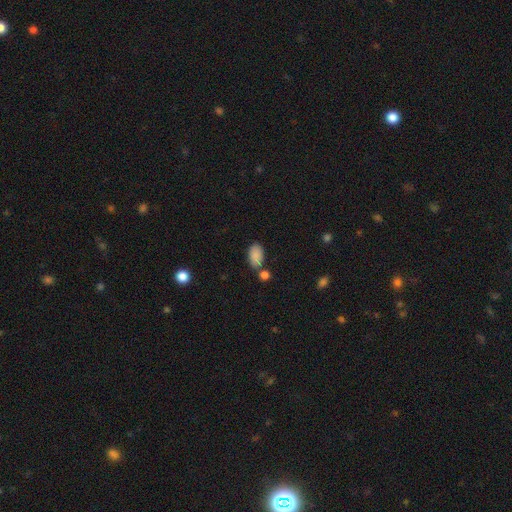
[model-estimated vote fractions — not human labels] smooth 86%, star or artifact 8%, featured or disk 6%. Down the decision tree: how rounded — in between (92%); merging — none (63%).